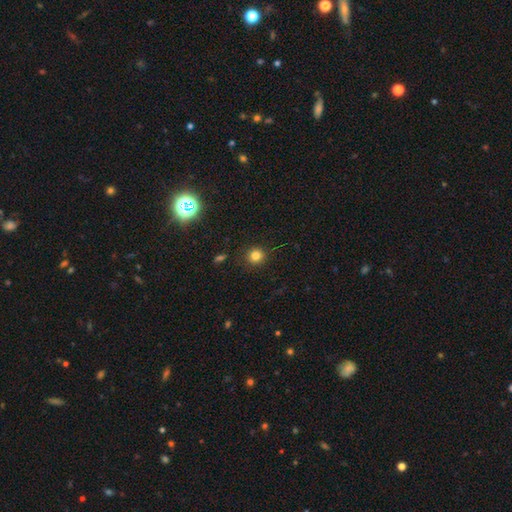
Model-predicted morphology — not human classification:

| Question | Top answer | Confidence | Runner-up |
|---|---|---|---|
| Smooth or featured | smooth | 80% | star or artifact (14%) |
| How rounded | round | 92% | in between (7%) |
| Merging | none | 90% | minor disturbance (7%) |